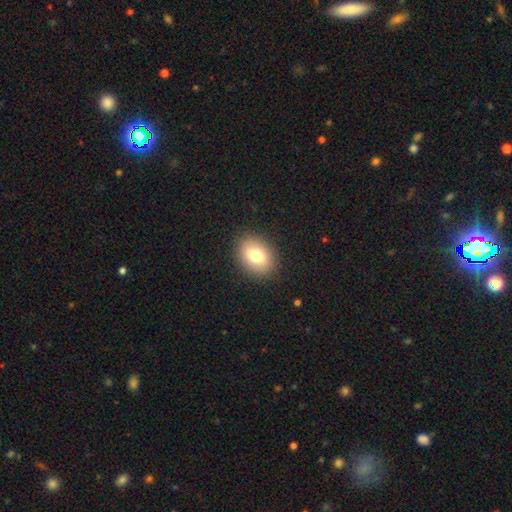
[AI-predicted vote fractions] smooth-or-featured: smooth: 77% | featured or disk: 14% | star or artifact: 9%
  how-rounded: in between: 67% | round: 32% | cigar-shaped: 1%
  merging: none: 88% | minor disturbance: 8% | major disturbance: 3% | merger: 1%